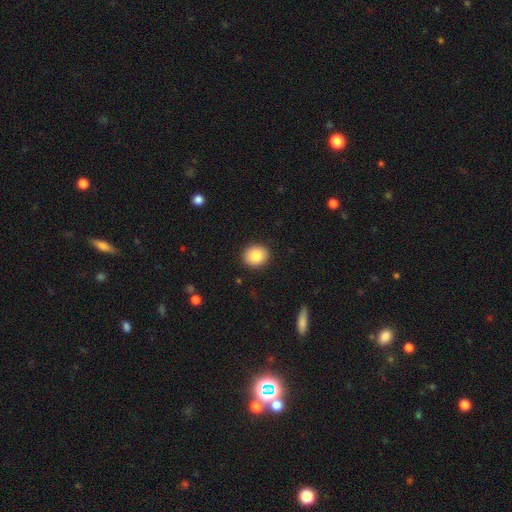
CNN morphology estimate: This appears to be a smooth galaxy with no disk features (87%) that is round (69%). Merging: none (91%).